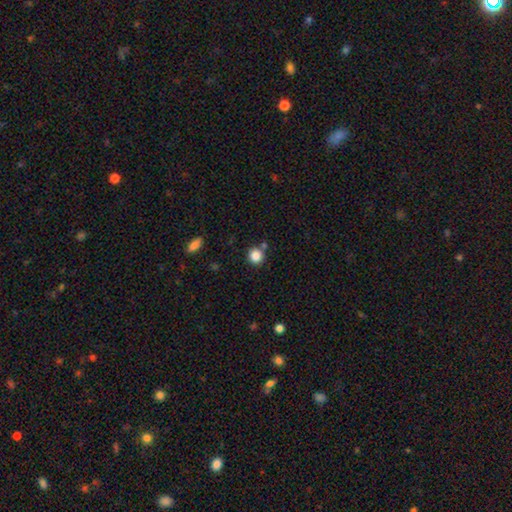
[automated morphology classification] Smooth or featured: smooth — 85% (star or artifact — 10%)
How rounded: round — 90% (in between — 9%)
Merging: none — 76% (merger — 11%)